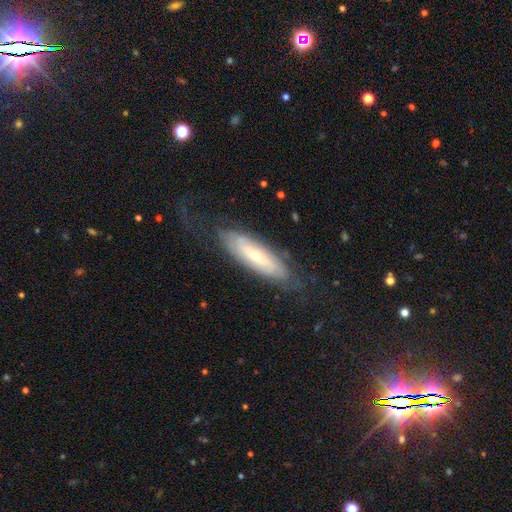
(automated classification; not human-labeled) Smooth or featured? featured or disk (65%)
Edge-on disk? no (71%)
Merging? none (69%)